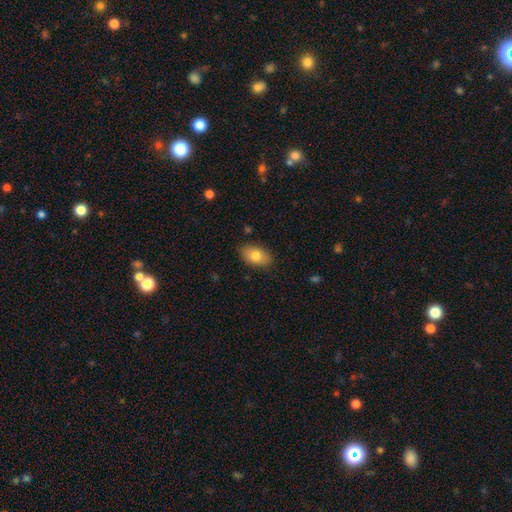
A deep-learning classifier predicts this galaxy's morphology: This is likely a smooth galaxy (79%). How rounded: clearly in between (91%). Merging: clearly none (85%).